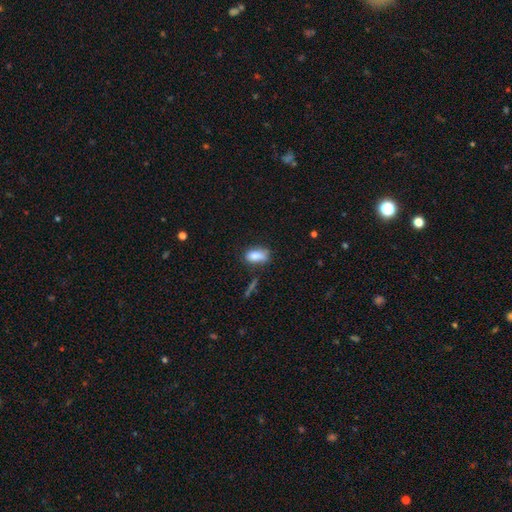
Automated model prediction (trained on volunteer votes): Overall: smooth (82%). How rounded: in between (86%). Merging: none (60%; minor disturbance 26%).